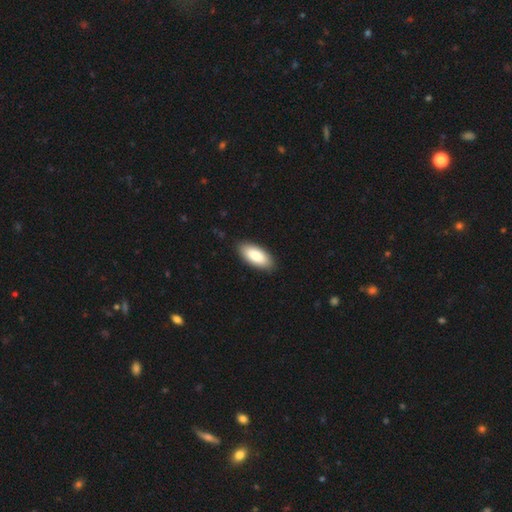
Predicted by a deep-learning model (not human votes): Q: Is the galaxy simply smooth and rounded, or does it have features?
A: smooth — 85%.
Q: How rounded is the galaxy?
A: in between — 88%.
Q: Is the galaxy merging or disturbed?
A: none — 88%.